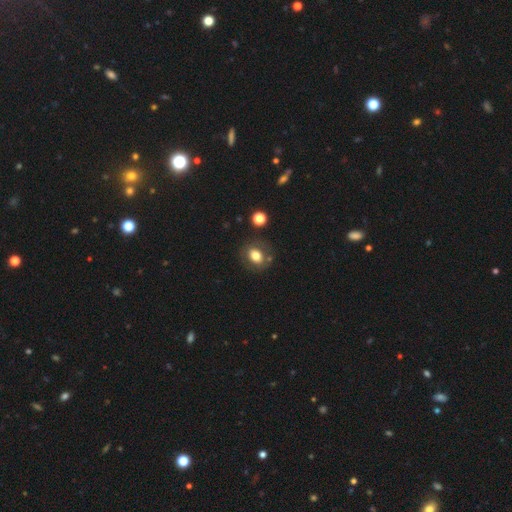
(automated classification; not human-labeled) Q: Smooth or featured?
A: smooth (75%); runner-up: featured or disk (15%)
Q: How rounded?
A: in between (53%); runner-up: round (46%)
Q: Merging?
A: none (78%); runner-up: minor disturbance (12%)